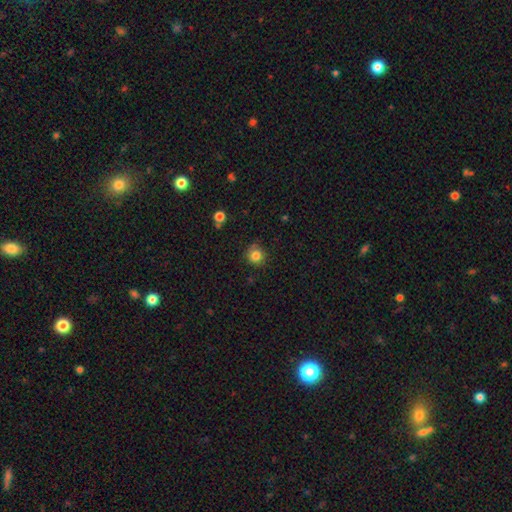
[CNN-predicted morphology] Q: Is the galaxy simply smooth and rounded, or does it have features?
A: smooth — 82%.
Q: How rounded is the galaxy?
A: round — 90%.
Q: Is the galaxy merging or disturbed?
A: none — 79%.